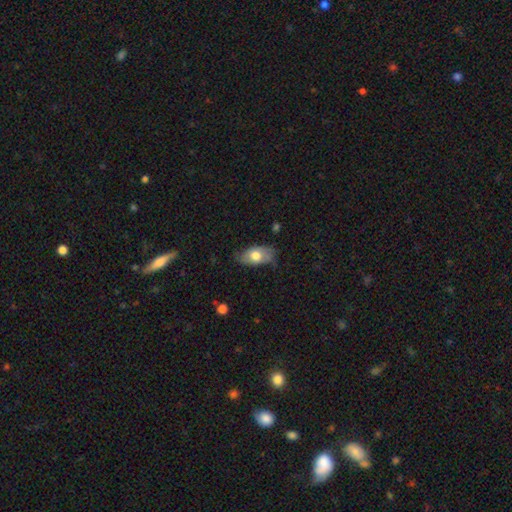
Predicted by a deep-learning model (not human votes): A smooth galaxy with no disk features (67%) that is in between round and cigar-shaped (91%). Merging: none (66%).